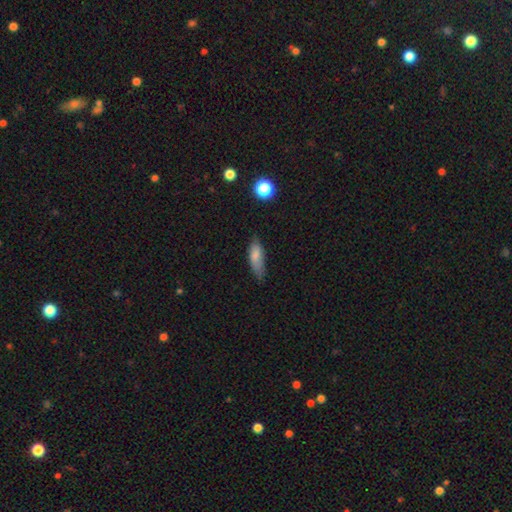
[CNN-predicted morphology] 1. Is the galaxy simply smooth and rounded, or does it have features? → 80% smooth, 12% featured or disk, 8% star or artifact.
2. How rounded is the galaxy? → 64% in between, 34% cigar-shaped, 3% round.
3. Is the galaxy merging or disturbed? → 65% none, 27% minor disturbance, 6% major disturbance, 2% merger.